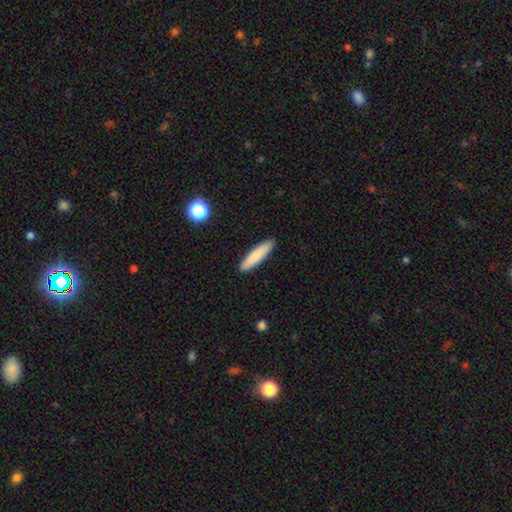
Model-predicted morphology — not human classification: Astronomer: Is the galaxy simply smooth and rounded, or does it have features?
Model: smooth — 79%.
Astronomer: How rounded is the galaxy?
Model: cigar-shaped — 84%.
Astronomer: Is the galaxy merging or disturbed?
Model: none — 91%.